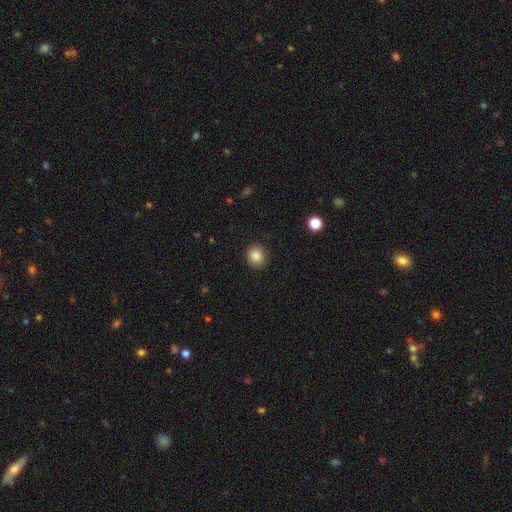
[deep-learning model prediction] This is clearly a smooth galaxy (85%). How rounded: clearly round (82%). Merging: clearly none (90%).